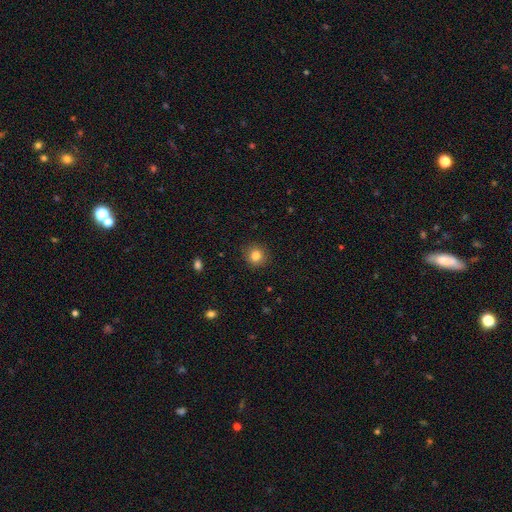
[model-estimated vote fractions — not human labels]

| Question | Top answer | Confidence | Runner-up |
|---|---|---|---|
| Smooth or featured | smooth | 82% | star or artifact (11%) |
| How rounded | round | 89% | in between (11%) |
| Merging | none | 90% | minor disturbance (7%) |